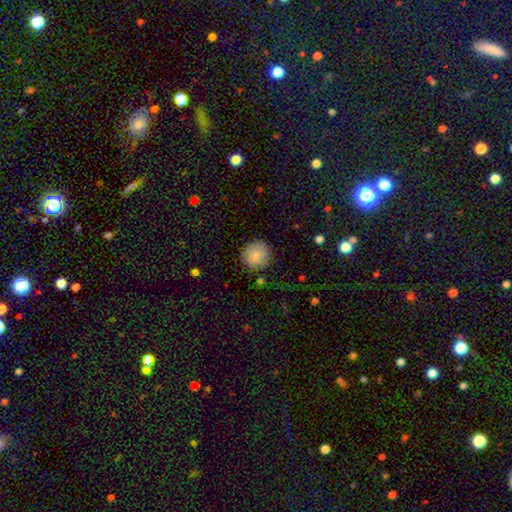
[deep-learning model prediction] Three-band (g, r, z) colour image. It shows a smooth galaxy with no disk features (85%) that is round (93%). Merging: none (85%).